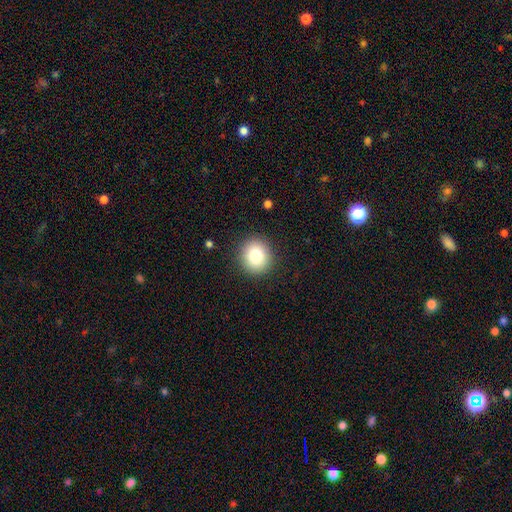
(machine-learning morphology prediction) Smooth or featured? Predicted: smooth (p=0.81). How rounded? Predicted: round (p=0.86). Merging? Predicted: none (p=0.90).